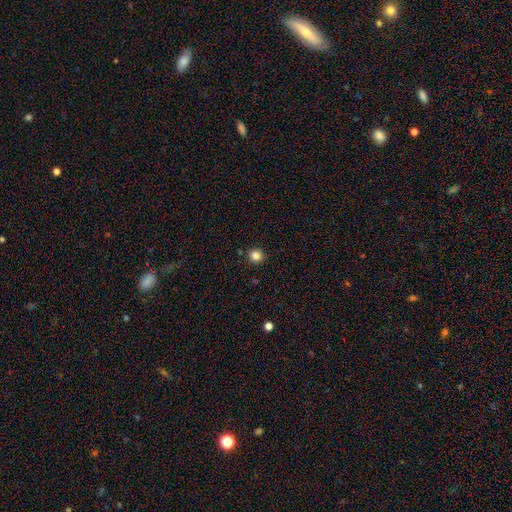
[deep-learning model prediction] Morphology: type=smooth (84%); roundness=round (93%); merging=none (91%).